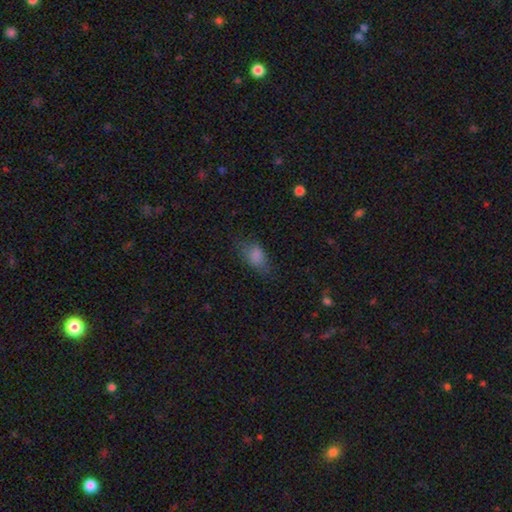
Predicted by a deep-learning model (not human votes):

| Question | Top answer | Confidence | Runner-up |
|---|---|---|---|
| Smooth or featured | smooth | 80% | star or artifact (11%) |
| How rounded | in between | 87% | round (10%) |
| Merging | none | 60% | minor disturbance (26%) |